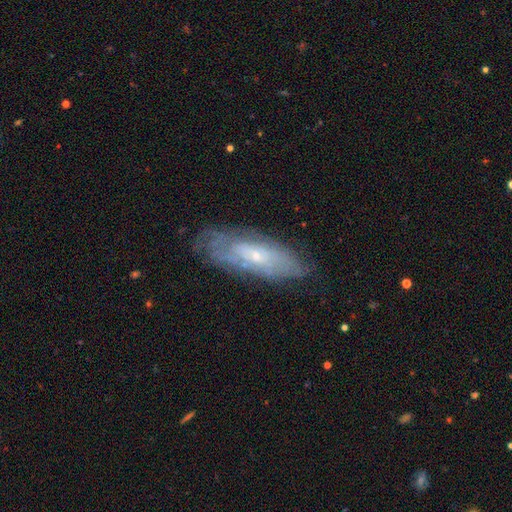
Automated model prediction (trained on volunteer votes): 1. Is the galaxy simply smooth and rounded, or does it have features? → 62% featured or disk, 29% smooth, 8% star or artifact.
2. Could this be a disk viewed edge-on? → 78% no, 22% yes.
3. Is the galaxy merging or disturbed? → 72% none, 20% minor disturbance, 6% major disturbance, 2% merger.